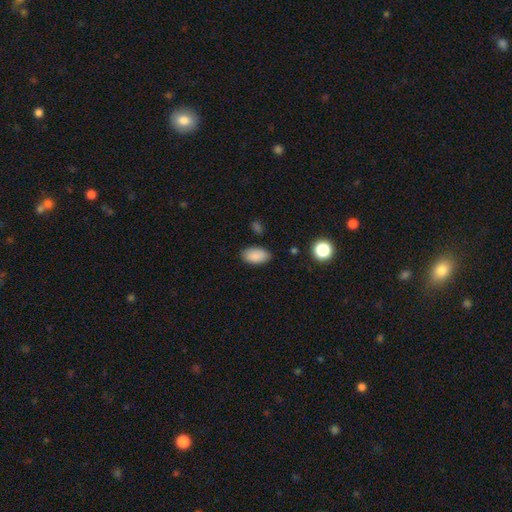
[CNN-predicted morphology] Smooth or featured: smooth — 88% (star or artifact — 8%)
How rounded: in between — 94% (round — 4%)
Merging: none — 82% (minor disturbance — 13%)